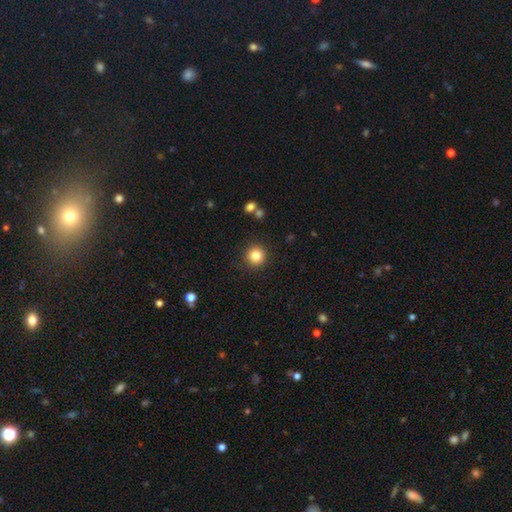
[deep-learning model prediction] Smooth or featured?
  - smooth: 83% *
  - star or artifact: 11%
  - featured or disk: 6%
How rounded?
  - round: 95% *
  - in between: 5%
  - cigar-shaped: 1%
Merging?
  - none: 91% *
  - minor disturbance: 6%
  - major disturbance: 2%
  - merger: 2%